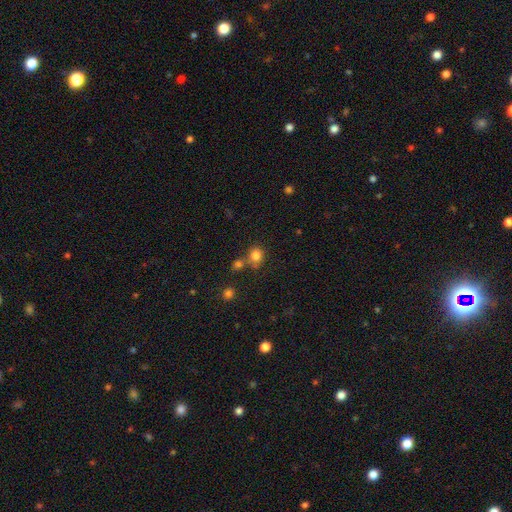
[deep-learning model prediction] Smooth or featured? Predicted: smooth (p=0.80). How rounded? Predicted: round (p=0.75). Merging? Predicted: none (p=0.57).